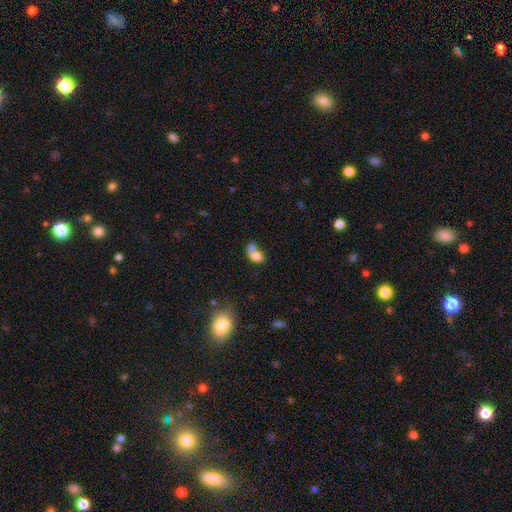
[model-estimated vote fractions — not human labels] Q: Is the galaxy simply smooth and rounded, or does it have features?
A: smooth — 75%.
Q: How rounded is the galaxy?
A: in between — 71%.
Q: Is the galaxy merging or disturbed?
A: merger — 60%.